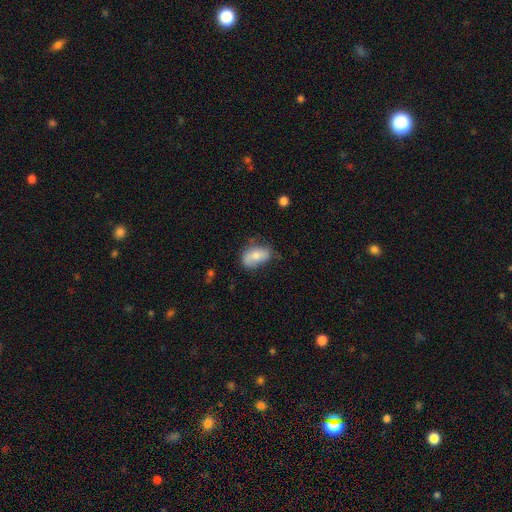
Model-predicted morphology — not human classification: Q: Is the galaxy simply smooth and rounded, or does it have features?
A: smooth — 69%.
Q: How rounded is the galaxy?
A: in between — 89%.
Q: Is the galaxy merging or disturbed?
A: none — 48%.